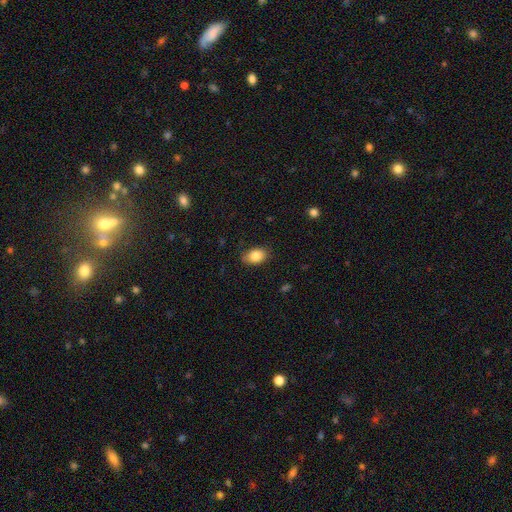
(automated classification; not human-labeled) The model was most divided on "merging": none: 79%, minor disturbance: 17%, major disturbance: 3%, merger: 1%. More confident: smooth or featured — smooth (85%); how rounded — in between (83%).